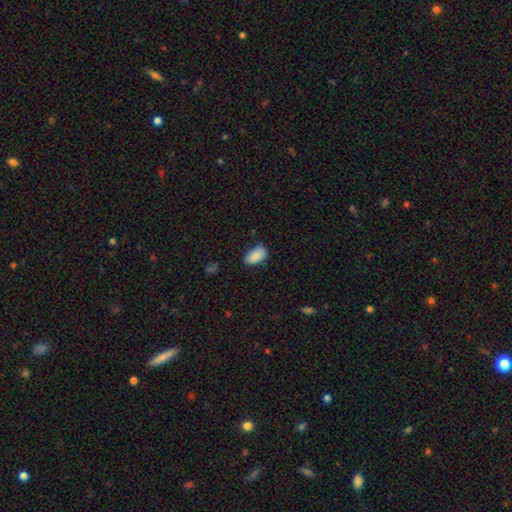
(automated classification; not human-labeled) smooth 89%, star or artifact 7%, featured or disk 4%. Down the decision tree: how rounded — in between (94%); merging — none (74%).